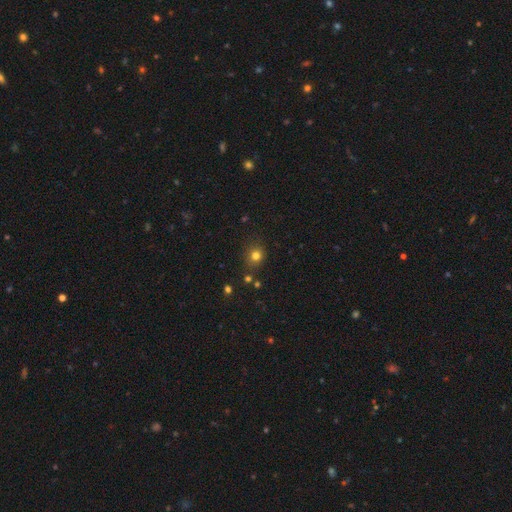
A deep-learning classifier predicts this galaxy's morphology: Smooth or featured? smooth (77%)
How rounded? round (80%)
Merging? none (81%)